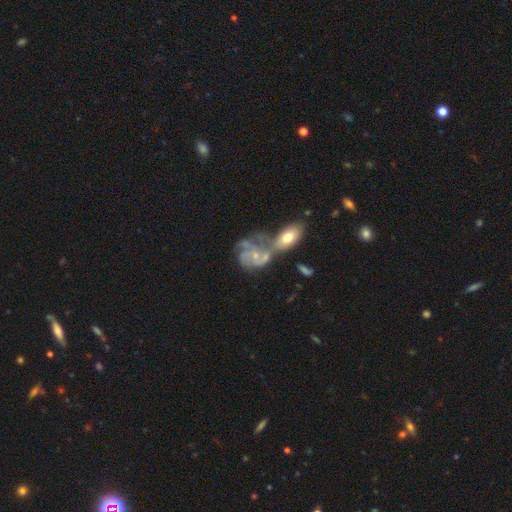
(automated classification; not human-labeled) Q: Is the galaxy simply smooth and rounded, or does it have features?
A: featured or disk — 73%.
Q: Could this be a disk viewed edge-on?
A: no — 97%.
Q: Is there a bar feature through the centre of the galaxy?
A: no — 75%.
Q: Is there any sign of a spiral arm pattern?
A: yes — 79%.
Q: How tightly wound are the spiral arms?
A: tight — 42%.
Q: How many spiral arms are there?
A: can't tell — 36%.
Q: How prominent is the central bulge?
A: small — 64%.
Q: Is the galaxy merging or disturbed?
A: merger — 44%.